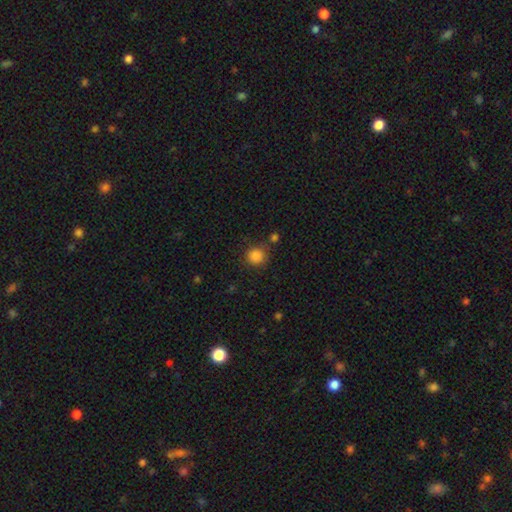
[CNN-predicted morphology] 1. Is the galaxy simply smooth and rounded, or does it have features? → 86% smooth, 11% star or artifact, 3% featured or disk.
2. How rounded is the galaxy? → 91% round, 8% in between, 1% cigar-shaped.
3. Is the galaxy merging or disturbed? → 80% none, 11% minor disturbance, 5% merger, 4% major disturbance.